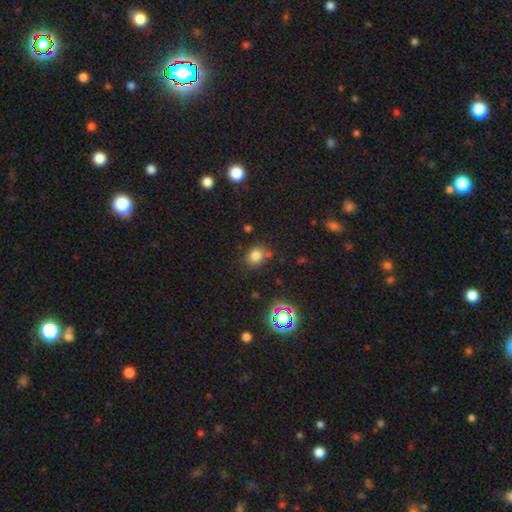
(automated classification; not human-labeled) Morphology: type=smooth (77%); roundness=round (63%); merging=none (76%).